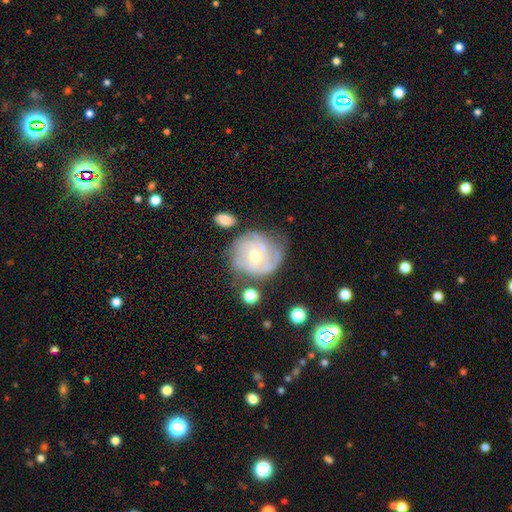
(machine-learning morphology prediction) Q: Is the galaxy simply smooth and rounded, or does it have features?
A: featured or disk — 76%.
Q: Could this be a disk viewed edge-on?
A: no — 97%.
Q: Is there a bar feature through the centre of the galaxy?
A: no — 72%.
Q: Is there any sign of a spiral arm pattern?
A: yes — 88%.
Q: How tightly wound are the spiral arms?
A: tight — 64%.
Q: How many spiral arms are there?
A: can't tell — 38%.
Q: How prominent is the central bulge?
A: moderate — 51%.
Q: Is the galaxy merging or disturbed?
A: none — 60%.